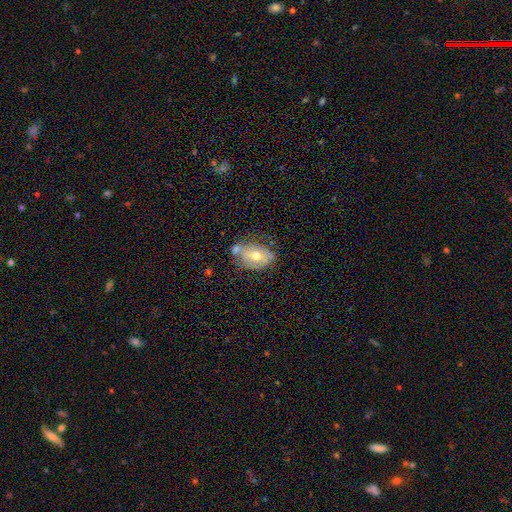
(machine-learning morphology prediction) The model was most divided on "smooth or featured": featured or disk: 48%, smooth: 43%, star or artifact: 8%. Remaining: merging — none (43%).